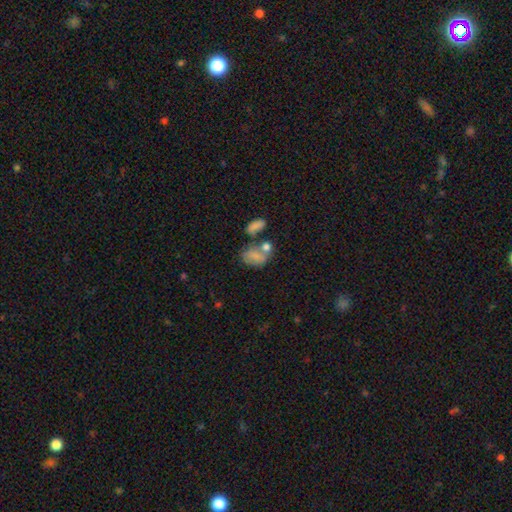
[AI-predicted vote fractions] smooth-or-featured: smooth: 72% | featured or disk: 18% | star or artifact: 11%
  how-rounded: in between: 78% | round: 20% | cigar-shaped: 2%
  merging: merger: 38% | none: 32% | minor disturbance: 18% | major disturbance: 12%